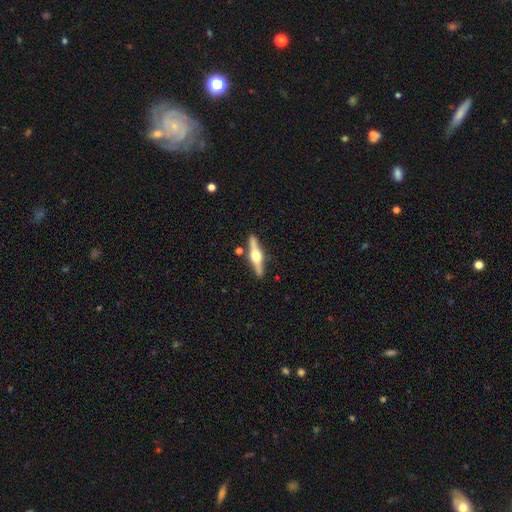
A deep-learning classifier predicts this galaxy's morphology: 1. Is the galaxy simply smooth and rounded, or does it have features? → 77% featured or disk, 18% smooth, 5% star or artifact.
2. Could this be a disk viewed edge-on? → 97% yes, 3% no.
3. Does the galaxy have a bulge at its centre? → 95% rounded, 3% boxy, 1% none.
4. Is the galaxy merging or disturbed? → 87% none, 8% minor disturbance, 3% merger, 2% major disturbance.